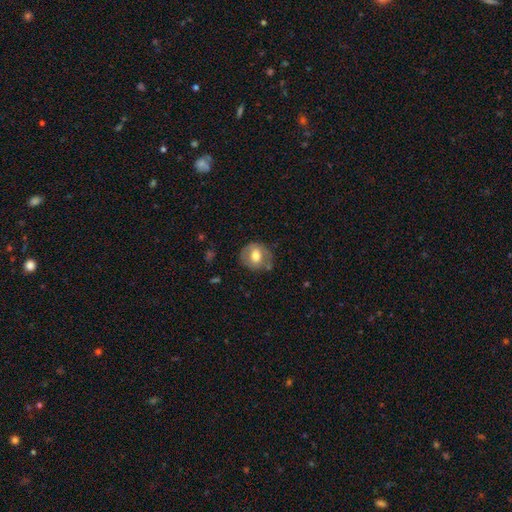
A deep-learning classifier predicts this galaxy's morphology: type=smooth (59%); roundness=round (76%); merging=none (71%).